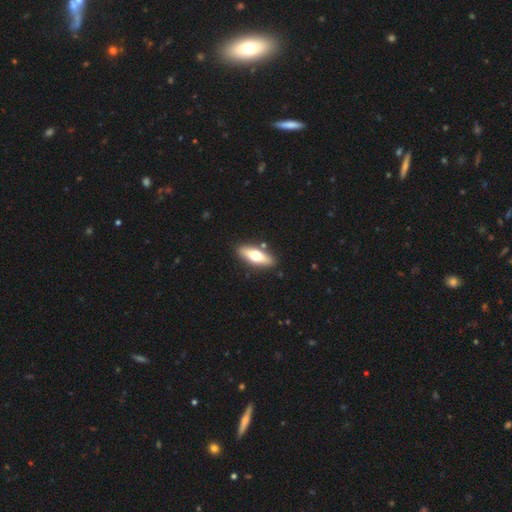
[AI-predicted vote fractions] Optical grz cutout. It shows a smooth galaxy with no disk features (54%) that is in between round and cigar-shaped (55%). Merging: none (87%).